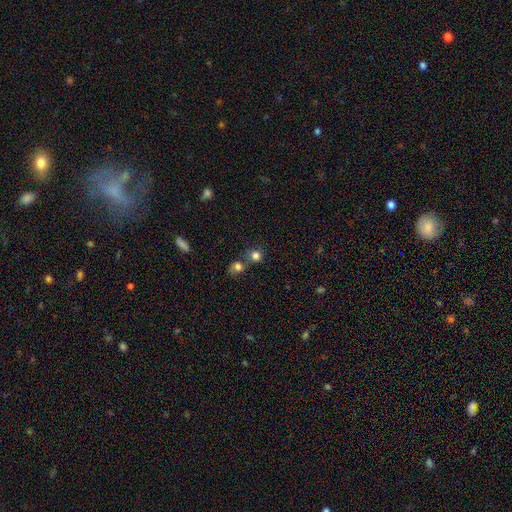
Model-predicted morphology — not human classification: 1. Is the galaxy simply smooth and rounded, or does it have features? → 78% smooth, 13% star or artifact, 9% featured or disk.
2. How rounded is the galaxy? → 83% round, 16% in between, 1% cigar-shaped.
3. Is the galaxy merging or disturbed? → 51% none, 36% merger, 9% minor disturbance, 4% major disturbance.